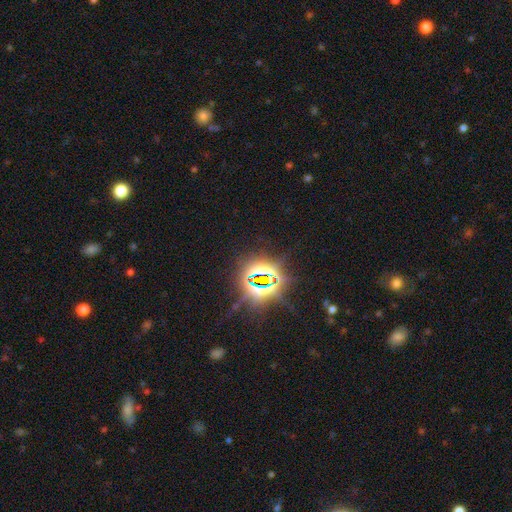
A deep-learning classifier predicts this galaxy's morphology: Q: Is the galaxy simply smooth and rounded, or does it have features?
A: star or artifact — 79%.